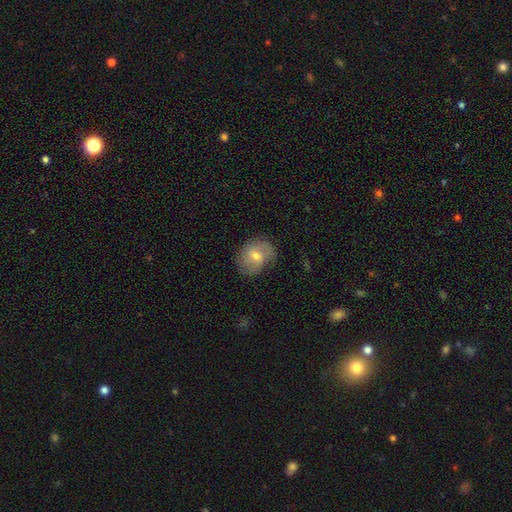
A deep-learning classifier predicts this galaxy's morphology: type=smooth (48%); merging=none (69%).